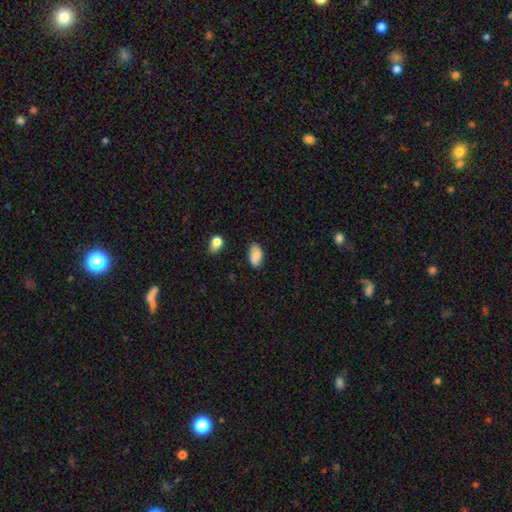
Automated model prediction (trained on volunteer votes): Q: Smooth or featured?
A: smooth (84%); runner-up: featured or disk (9%)
Q: How rounded?
A: in between (94%); runner-up: round (5%)
Q: Merging?
A: none (76%); runner-up: minor disturbance (19%)